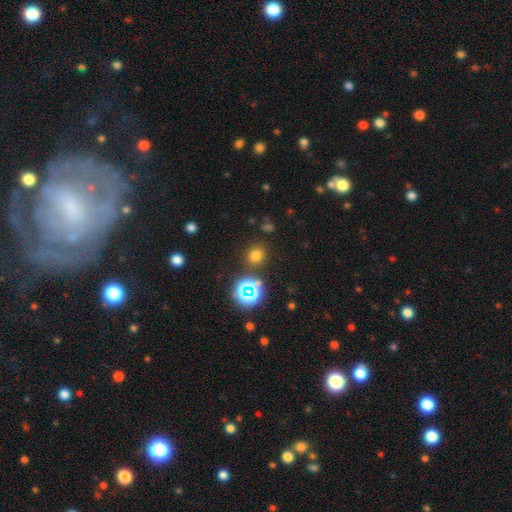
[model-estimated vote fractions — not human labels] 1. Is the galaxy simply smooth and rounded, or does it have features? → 69% smooth, 25% star or artifact, 6% featured or disk.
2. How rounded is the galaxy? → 86% round, 13% in between, 1% cigar-shaped.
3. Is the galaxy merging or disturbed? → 85% none, 8% minor disturbance, 4% merger, 3% major disturbance.